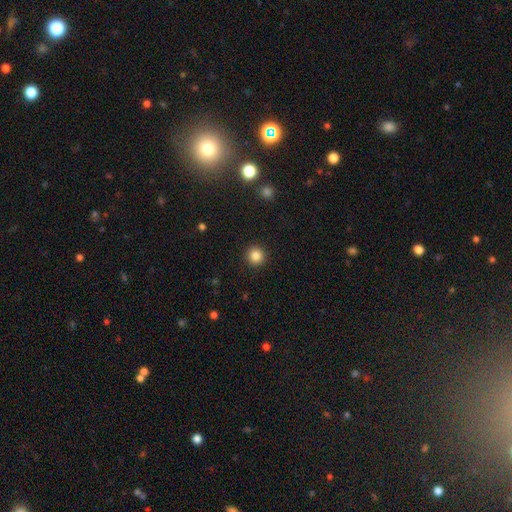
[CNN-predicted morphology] Overall: smooth (84%). How rounded: round (95%). Merging: none (92%).